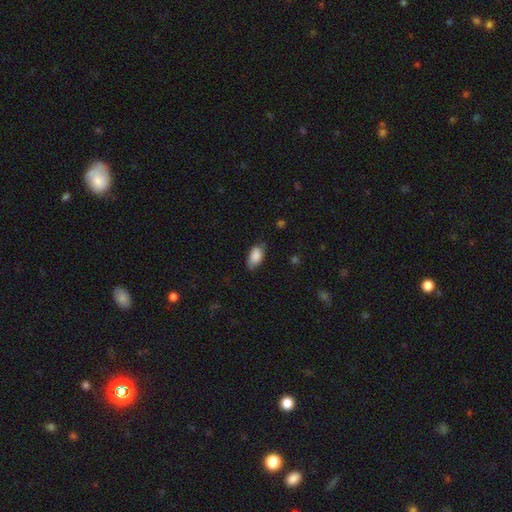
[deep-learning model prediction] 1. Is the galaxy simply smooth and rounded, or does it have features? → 85% smooth, 8% featured or disk, 7% star or artifact.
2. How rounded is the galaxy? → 92% in between, 5% round, 3% cigar-shaped.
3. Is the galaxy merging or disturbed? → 68% none, 25% minor disturbance, 5% major disturbance, 1% merger.